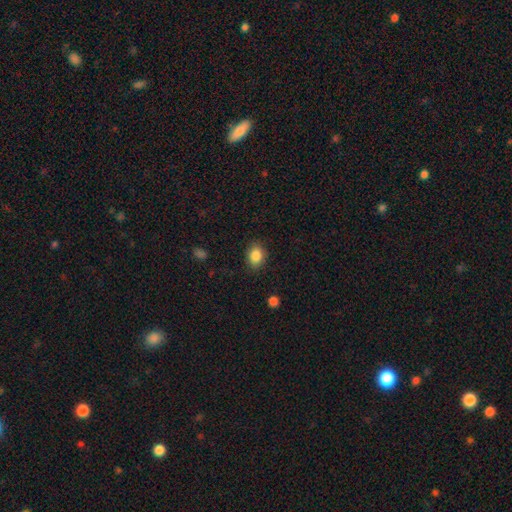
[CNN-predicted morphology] Smooth or featured: smooth — 87% (star or artifact — 9%)
How rounded: in between — 61% (round — 38%)
Merging: none — 85% (minor disturbance — 11%)